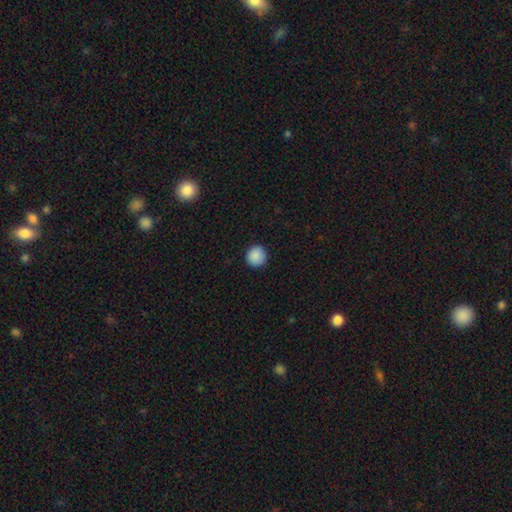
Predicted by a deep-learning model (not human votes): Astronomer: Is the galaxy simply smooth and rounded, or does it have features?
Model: smooth — 89%.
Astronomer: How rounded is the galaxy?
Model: round — 94%.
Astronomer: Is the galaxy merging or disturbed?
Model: none — 91%.